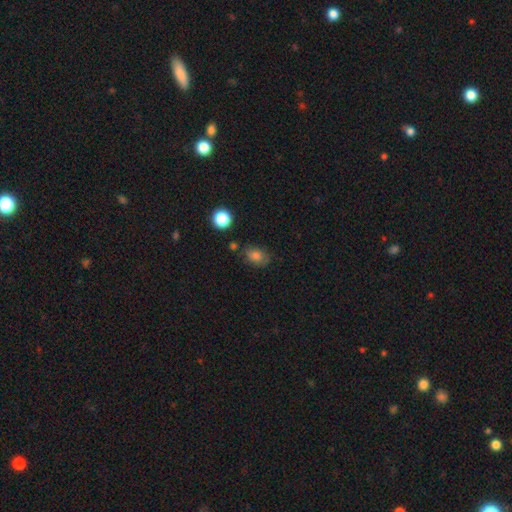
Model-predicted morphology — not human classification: Smooth or featured: smooth — 79% (star or artifact — 12%)
How rounded: in between — 70% (round — 29%)
Merging: none — 68% (minor disturbance — 21%)